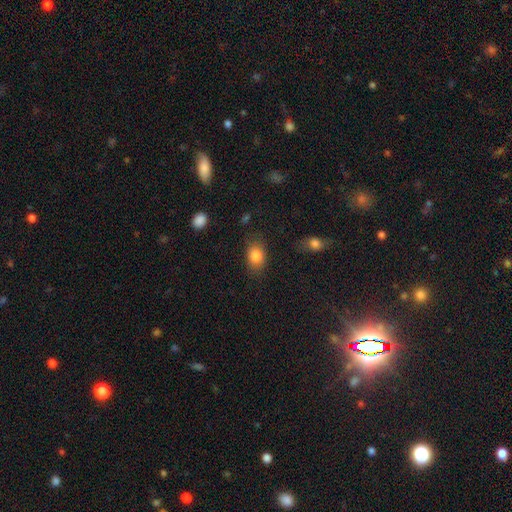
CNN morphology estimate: Q: Smooth or featured?
A: smooth (84%); runner-up: star or artifact (9%)
Q: How rounded?
A: in between (72%); runner-up: round (27%)
Q: Merging?
A: none (78%); runner-up: minor disturbance (15%)